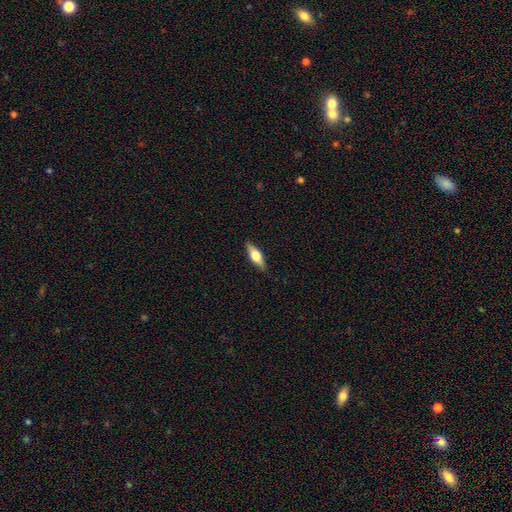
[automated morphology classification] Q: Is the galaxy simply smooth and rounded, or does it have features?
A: smooth — 52%.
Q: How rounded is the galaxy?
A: in between — 59%.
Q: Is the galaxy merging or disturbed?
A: none — 87%.